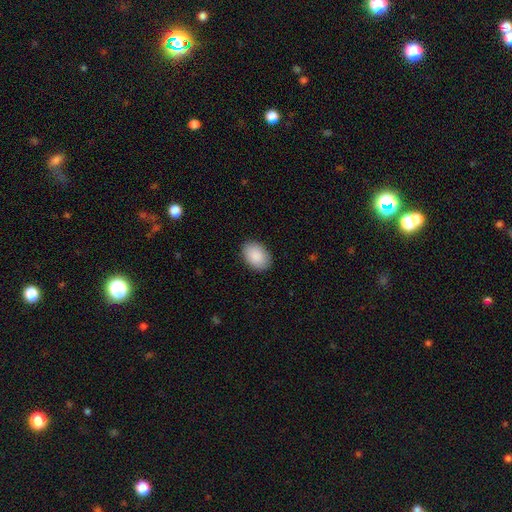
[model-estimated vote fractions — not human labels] smooth-or-featured: smooth: 90% | star or artifact: 6% | featured or disk: 4%
  how-rounded: in between: 85% | round: 14% | cigar-shaped: 1%
  merging: none: 88% | minor disturbance: 9% | major disturbance: 2% | merger: 1%